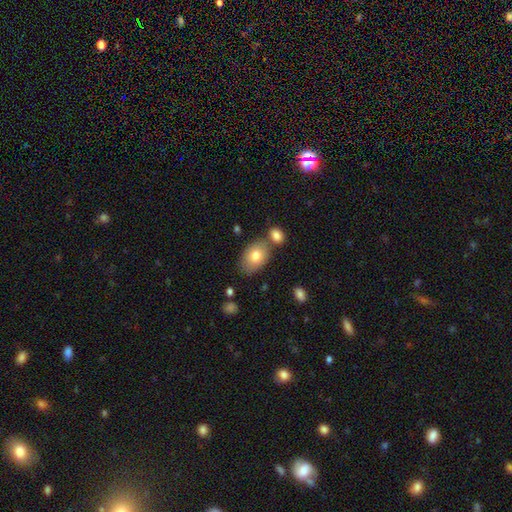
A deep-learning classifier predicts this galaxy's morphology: The model was most divided on "merging": none: 63%, merger: 17%, minor disturbance: 15%, major disturbance: 4%. More confident: how rounded — in between (86%); smooth or featured — smooth (78%).